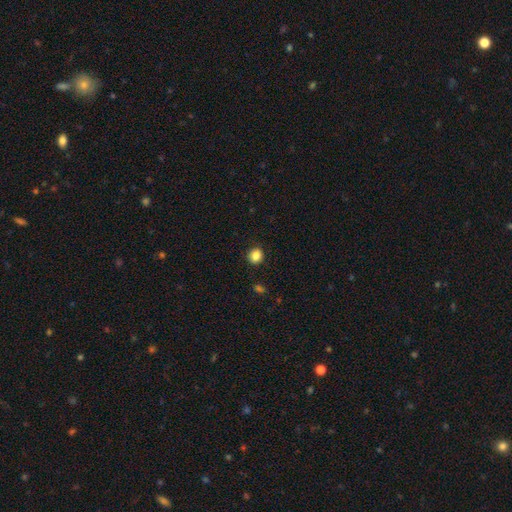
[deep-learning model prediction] A smooth galaxy with no disk features (86%) that is round (81%).

Vote fractions:
- Smooth or featured? smooth: 86% / star or artifact: 10% / featured or disk: 3%
- How rounded? round: 81% / in between: 19% / cigar-shaped: 1%
- Merging? none: 90% / minor disturbance: 7% / major disturbance: 2% / merger: 1%